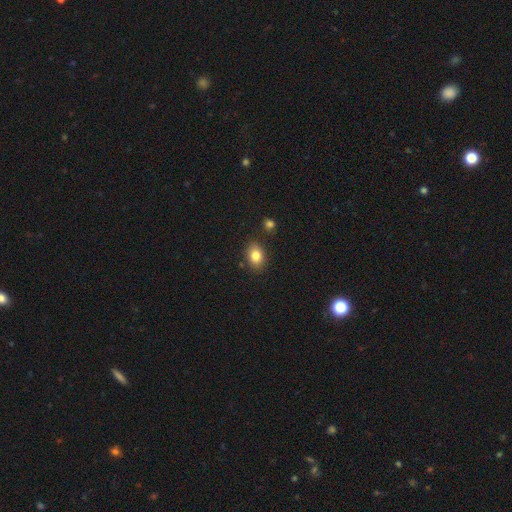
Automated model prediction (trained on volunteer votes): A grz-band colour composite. It shows a smooth galaxy with no disk features (83%) that is in between round and cigar-shaped (70%). Merging: none (83%).